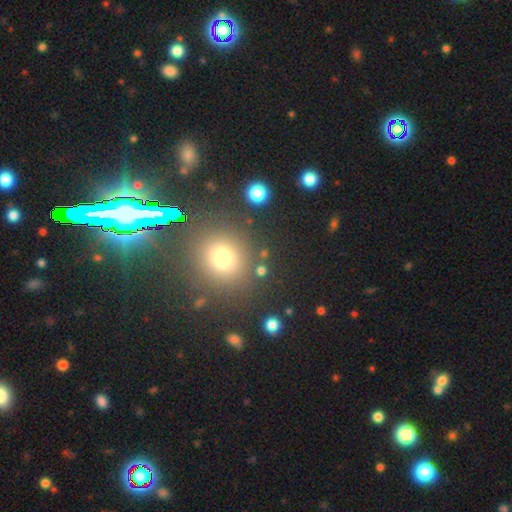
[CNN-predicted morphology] This is possibly a star or artifact rather than a galaxy (48%).